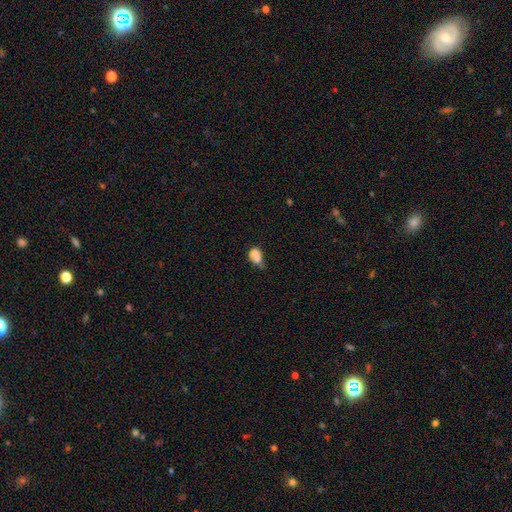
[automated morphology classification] This appears to be a smooth galaxy with no disk features (75%) that is in between round and cigar-shaped (80%). Merging: minor disturbance (37%).